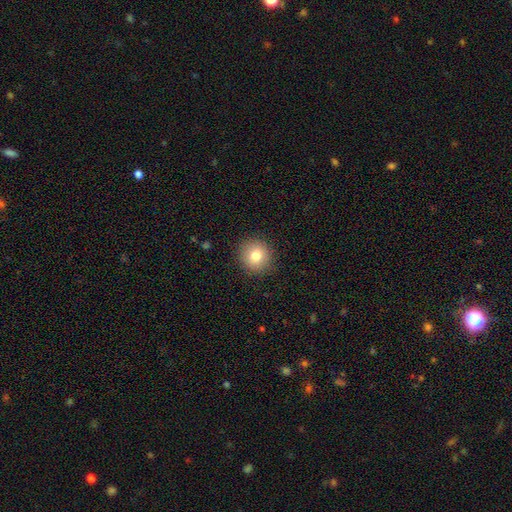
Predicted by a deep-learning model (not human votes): smooth 79%, star or artifact 11%, featured or disk 10%. Down the decision tree: how rounded — round (93%); merging — none (91%).